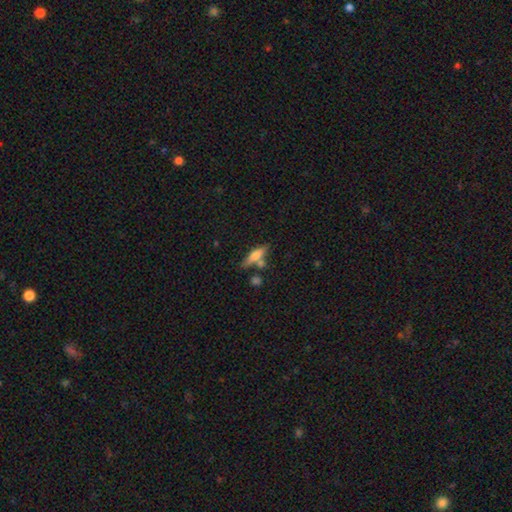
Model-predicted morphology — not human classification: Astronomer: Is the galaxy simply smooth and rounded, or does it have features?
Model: smooth — 55% (runner-up: featured or disk, 37%).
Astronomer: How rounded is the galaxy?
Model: cigar-shaped — 66%.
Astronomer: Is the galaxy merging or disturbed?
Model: none — 65%.